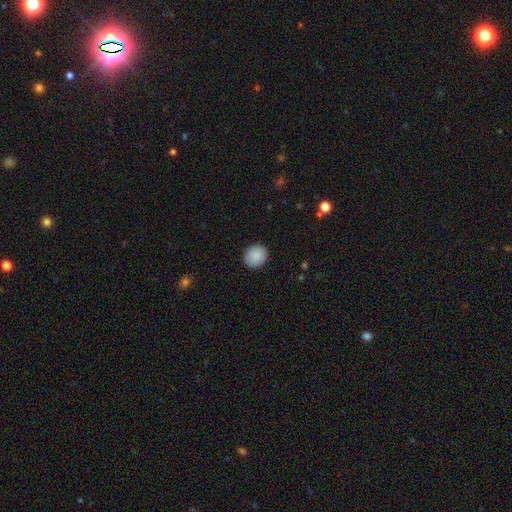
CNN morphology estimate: Smooth or featured? smooth (89%)
How rounded? round (81%)
Merging? none (90%)